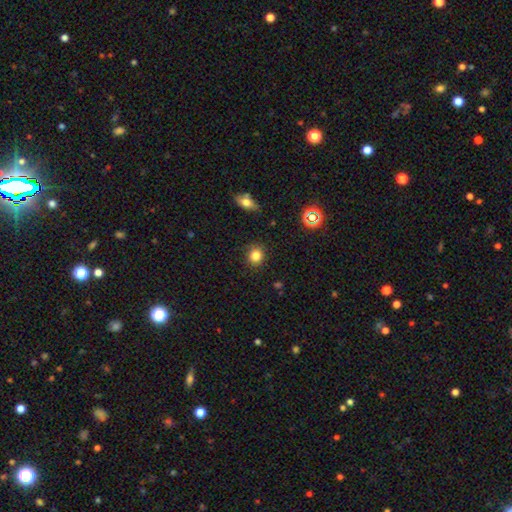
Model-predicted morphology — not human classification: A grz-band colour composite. It shows a smooth galaxy with no disk features (81%) that is round (81%). Merging: none (88%).